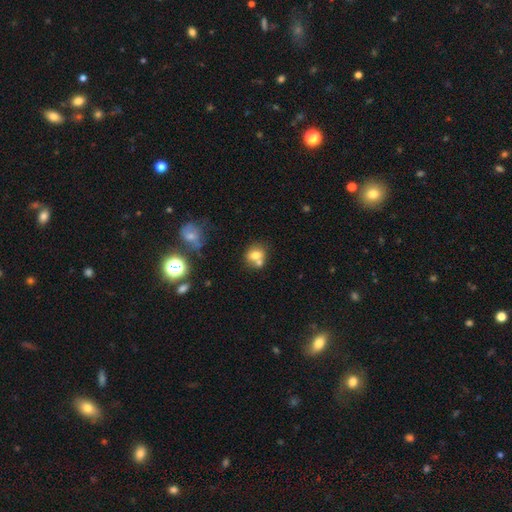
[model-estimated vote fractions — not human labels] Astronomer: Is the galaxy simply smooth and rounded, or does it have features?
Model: smooth — 72%.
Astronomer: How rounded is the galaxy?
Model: round — 64%.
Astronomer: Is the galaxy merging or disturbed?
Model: none — 44% (runner-up: merger, 41%).